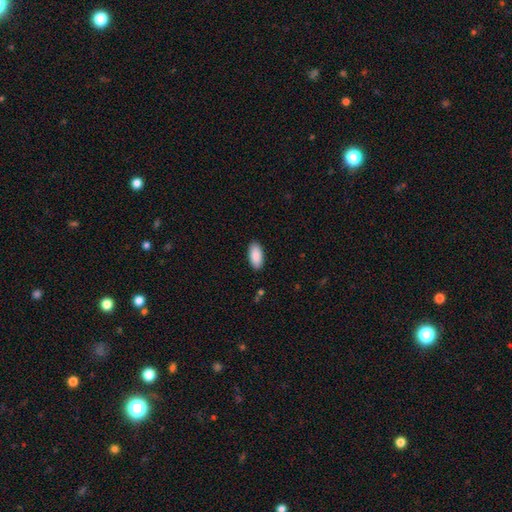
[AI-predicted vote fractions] Smooth or featured: smooth — 90% (star or artifact — 6%)
How rounded: in between — 92% (cigar-shaped — 6%)
Merging: none — 89% (minor disturbance — 8%)